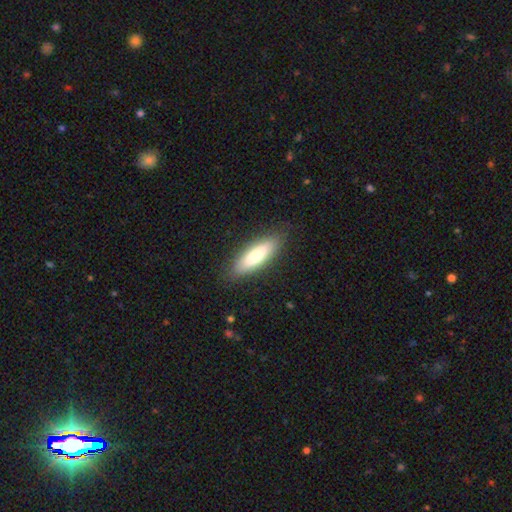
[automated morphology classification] smooth-or-featured: smooth: 76% | featured or disk: 19% | star or artifact: 6%
  how-rounded: in between: 49% (tied) | cigar-shaped: 49% (tied) | round: 2%
  merging: none: 86% | minor disturbance: 11% | major disturbance: 3% | merger: 1%